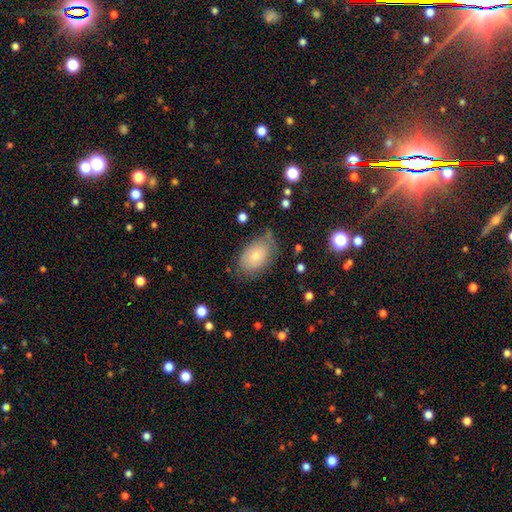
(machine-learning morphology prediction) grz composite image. It shows a smooth galaxy with no disk features (73%) that is in between round and cigar-shaped (89%). Merging: none (63%).